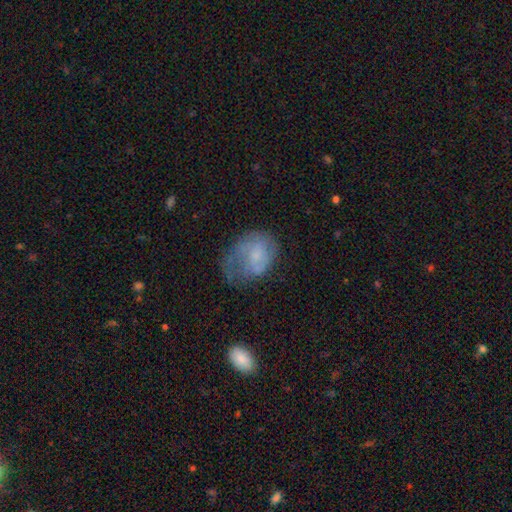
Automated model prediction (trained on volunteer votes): Smooth or featured? Predicted: smooth (p=0.47). Merging? Predicted: major disturbance (p=0.38).